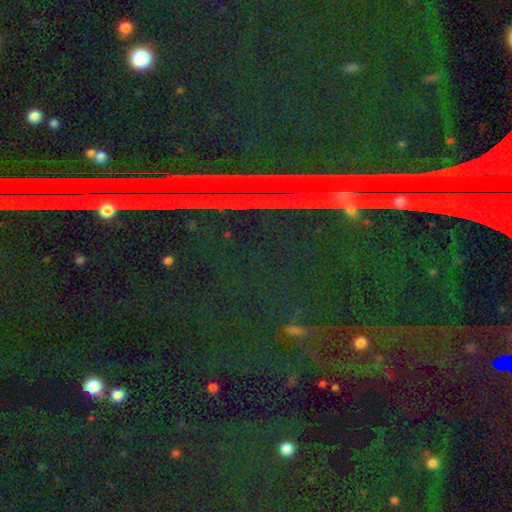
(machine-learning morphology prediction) Overall: star or artifact (87%).